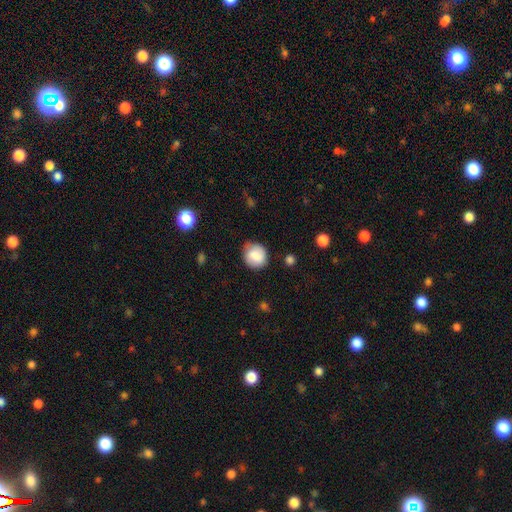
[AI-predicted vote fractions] Smooth or featured? Predicted: smooth (p=0.78). How rounded? Predicted: round (p=0.83). Merging? Predicted: none (p=0.71).